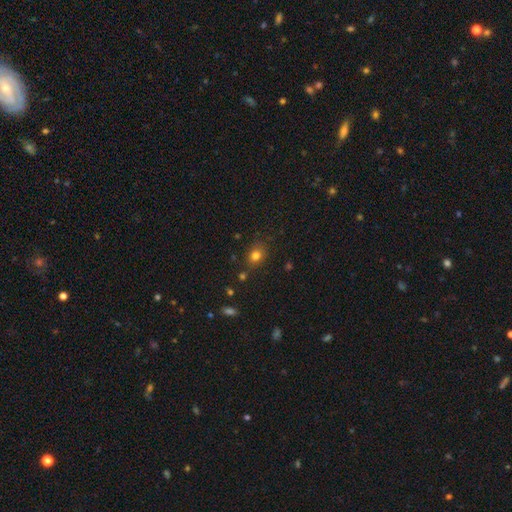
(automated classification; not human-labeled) Morphology: type=smooth (78%); roundness=round (54%); merging=none (76%).